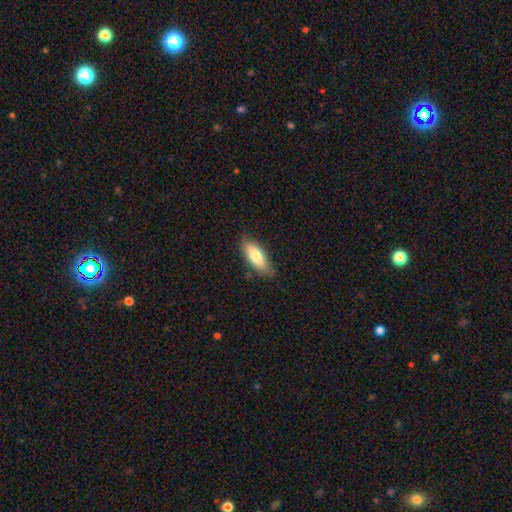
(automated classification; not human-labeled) Overall: smooth (78%). How rounded: in between (75%). Merging: none (80%).